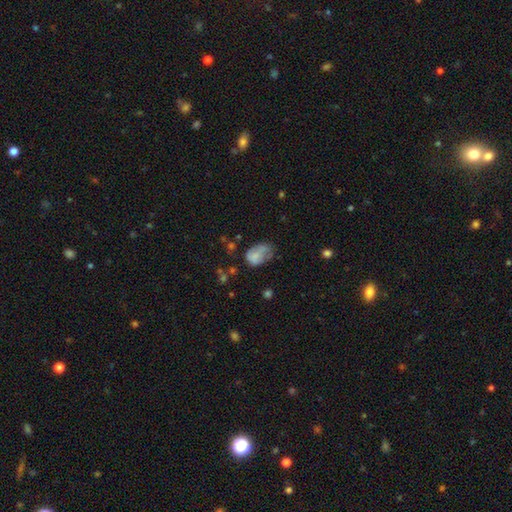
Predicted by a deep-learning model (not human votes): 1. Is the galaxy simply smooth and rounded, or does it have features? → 67% smooth, 23% featured or disk, 10% star or artifact.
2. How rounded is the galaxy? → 80% in between, 18% round, 1% cigar-shaped.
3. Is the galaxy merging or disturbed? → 34% minor disturbance, 31% none, 30% major disturbance, 5% merger.